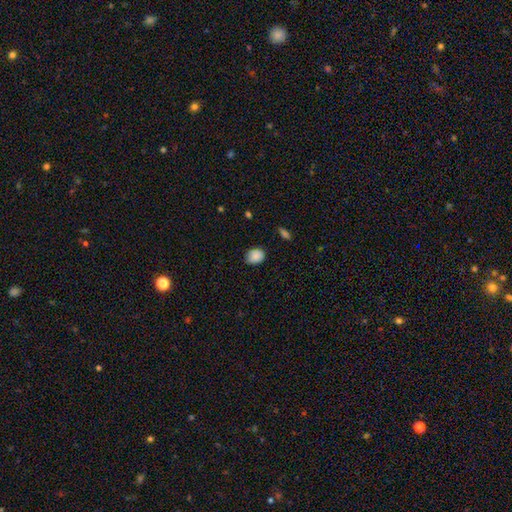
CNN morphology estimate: This appears to be a smooth galaxy with no disk features (88%) that is in between round and cigar-shaped (55%). Merging: none (77%).